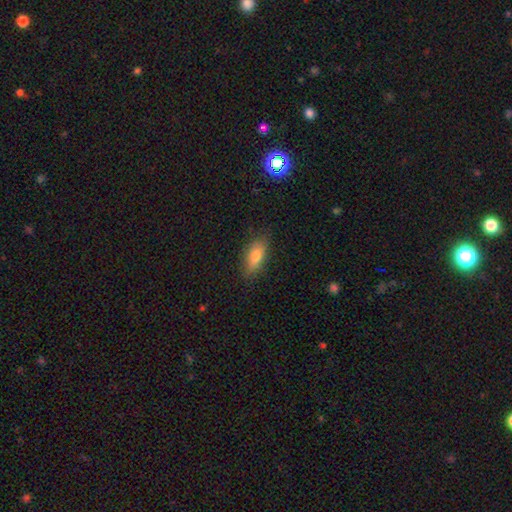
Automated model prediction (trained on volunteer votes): Smooth or featured?
  - smooth: 76% *
  - featured or disk: 17%
  - star or artifact: 8%
How rounded?
  - in between: 82% *
  - cigar-shaped: 14%
  - round: 4%
Merging?
  - none: 81% *
  - minor disturbance: 15%
  - major disturbance: 3%
  - merger: 1%